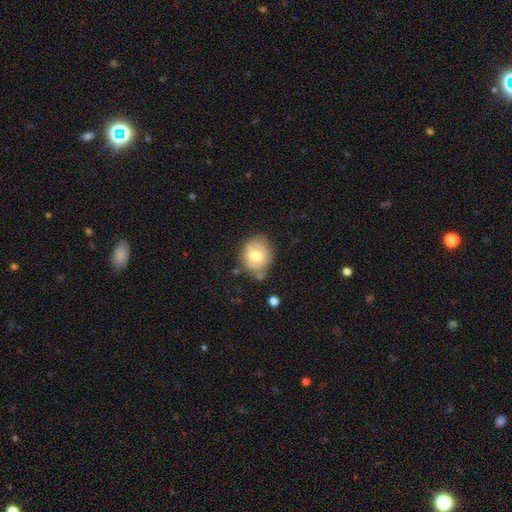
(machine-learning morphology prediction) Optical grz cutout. It shows a smooth galaxy with no disk features (62%) that is round (66%). Merging: none (61%).